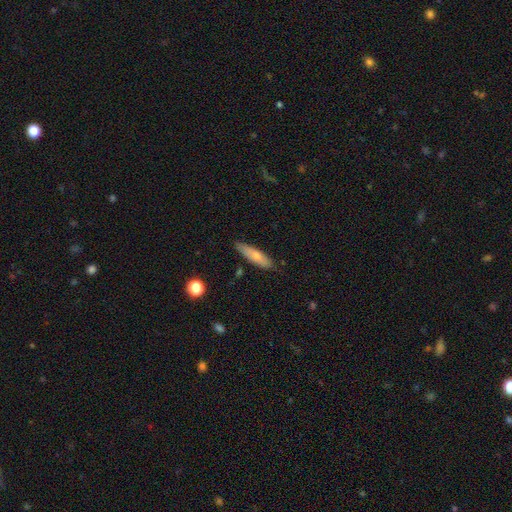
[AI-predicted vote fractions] smooth-or-featured: smooth: 71% | featured or disk: 23% | star or artifact: 6%
  how-rounded: cigar-shaped: 69% | in between: 29% | round: 2%
  merging: none: 80% | minor disturbance: 16% | major disturbance: 2% | merger: 2%